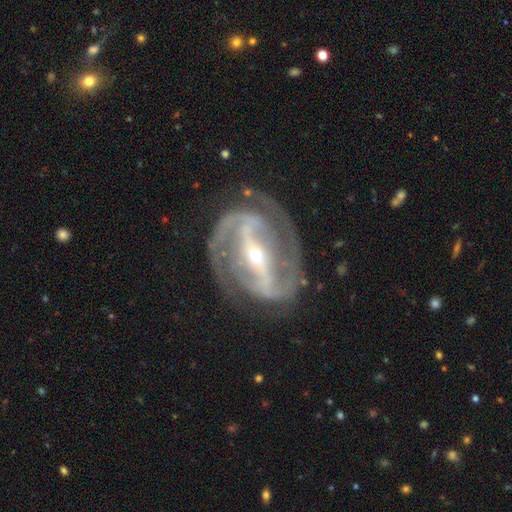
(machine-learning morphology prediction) Overall: featured or disk (89%). Edge-on disk: no (94%). Bar: strong (76%). Spiral arms: yes (92%). Spiral arm count: 2 (75%). Spiral winding: medium (44%; tight 41%). Bulge size: small (68%; moderate 29%). Merging: none (71%).